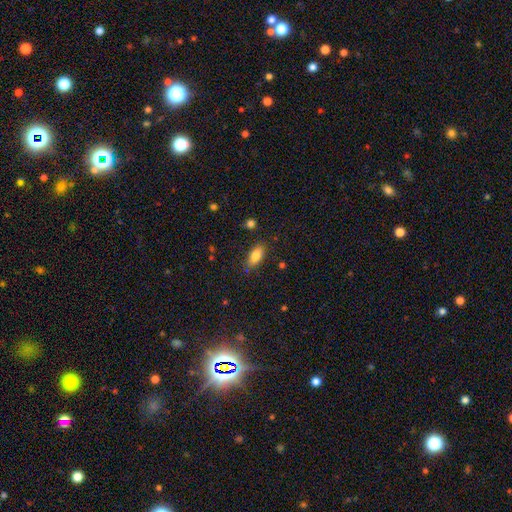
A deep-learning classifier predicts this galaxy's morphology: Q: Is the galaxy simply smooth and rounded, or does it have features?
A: smooth — 81%.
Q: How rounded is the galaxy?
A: in between — 86%.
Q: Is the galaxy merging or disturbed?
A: none — 82%.